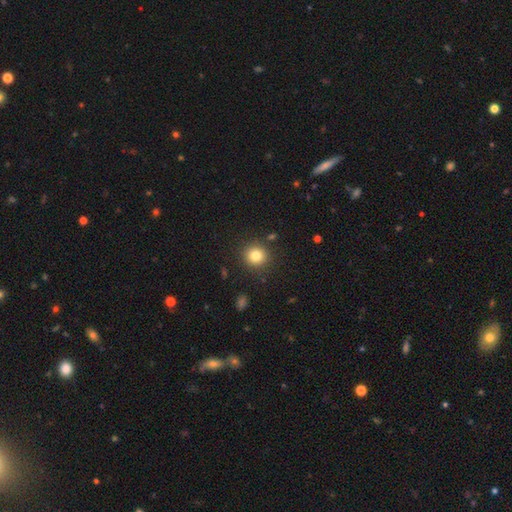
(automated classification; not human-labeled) The model was most divided on "smooth or featured": smooth: 80%, star or artifact: 12%, featured or disk: 8%. More confident: how rounded — round (92%); merging — none (89%).